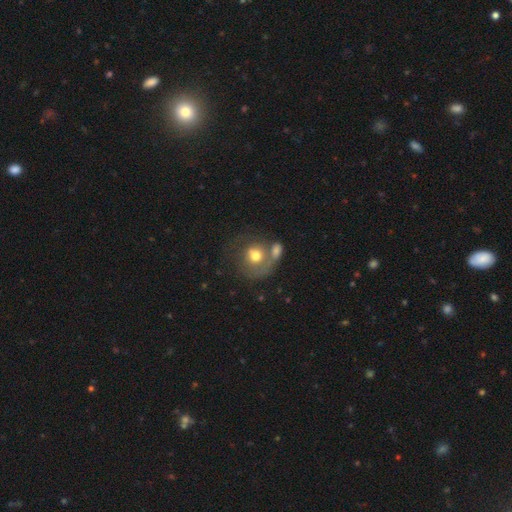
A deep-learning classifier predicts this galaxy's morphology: Overall: smooth (55%; featured or disk 38%). How rounded: round (74%). Merging: merger (40%; none 29%).